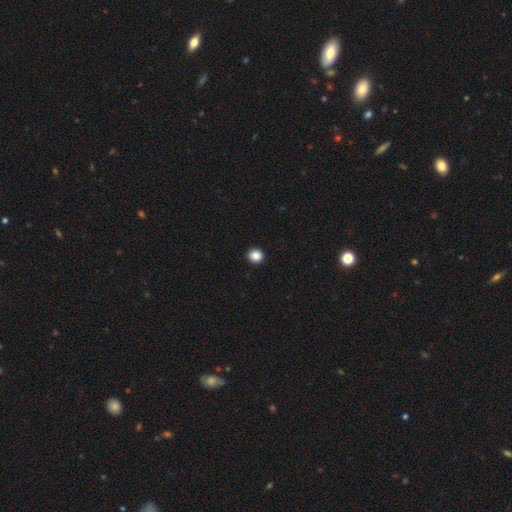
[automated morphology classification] smooth-or-featured: smooth: 87% | star or artifact: 10% | featured or disk: 2%
  how-rounded: round: 94% | in between: 5% | cigar-shaped: 1%
  merging: none: 94% | minor disturbance: 4% | major disturbance: 1% | merger: 1%